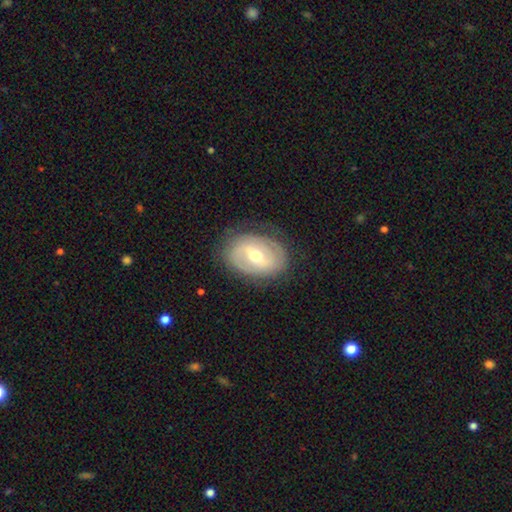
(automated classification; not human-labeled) A featured or disk galaxy (70%) with a weak bar (46%), spiral arms (63%) and a moderate central bulge (75%). Merging: none (77%).